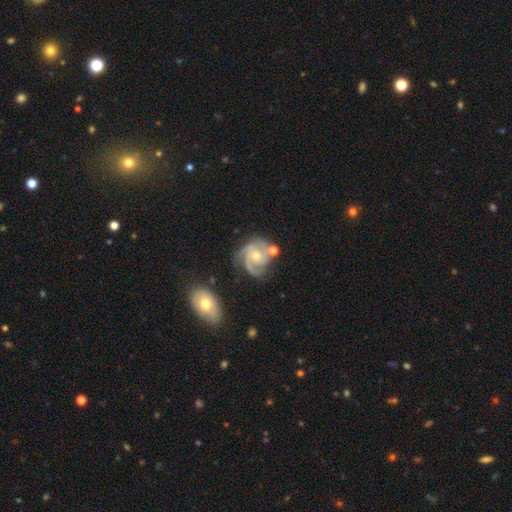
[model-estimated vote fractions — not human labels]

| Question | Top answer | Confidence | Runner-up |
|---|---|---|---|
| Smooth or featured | featured or disk | 85% | smooth (10%) |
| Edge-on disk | no | 98% | yes (2%) |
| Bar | no | 71% | weak (24%) |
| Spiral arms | yes | 96% | no (4%) |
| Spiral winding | tight | 50% | medium (39%) |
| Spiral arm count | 3 | 37% | 2 (35%) |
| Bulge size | moderate | 49% | small (47%) |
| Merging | none | 49% | minor disturbance (24%) |